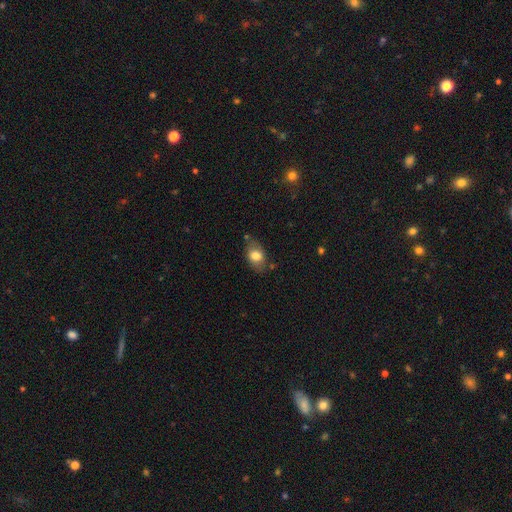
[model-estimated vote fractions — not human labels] A smooth galaxy with no disk features (76%) that is in between round and cigar-shaped (77%). Merging: none (70%).